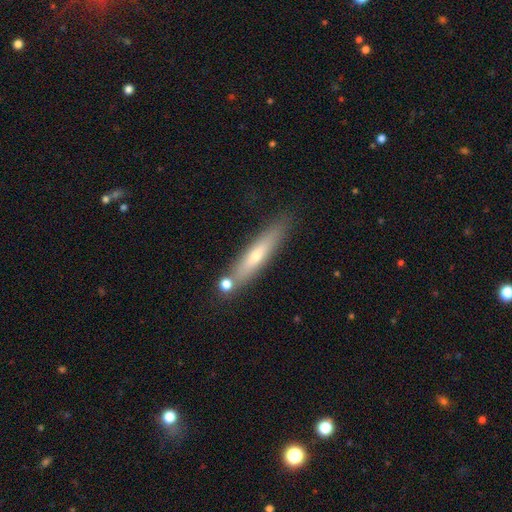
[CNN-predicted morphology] smooth-or-featured: smooth: 53% | featured or disk: 39% | star or artifact: 8%
  how-rounded: cigar-shaped: 87% | in between: 11% | round: 2%
  merging: none: 78% | minor disturbance: 11% | merger: 8% | major disturbance: 3%